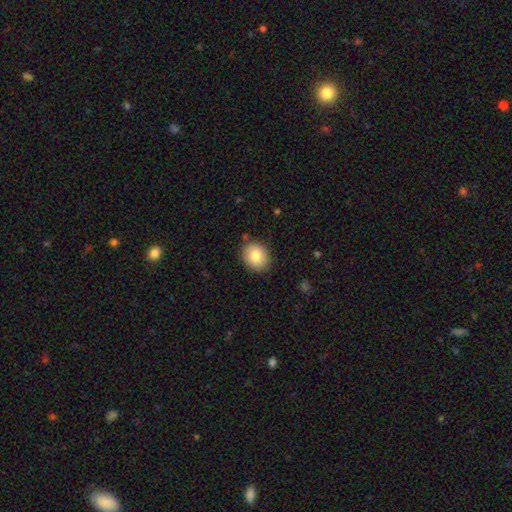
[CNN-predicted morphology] This appears to be a smooth galaxy with no disk features (83%) that is round (56%). Merging: none (85%).